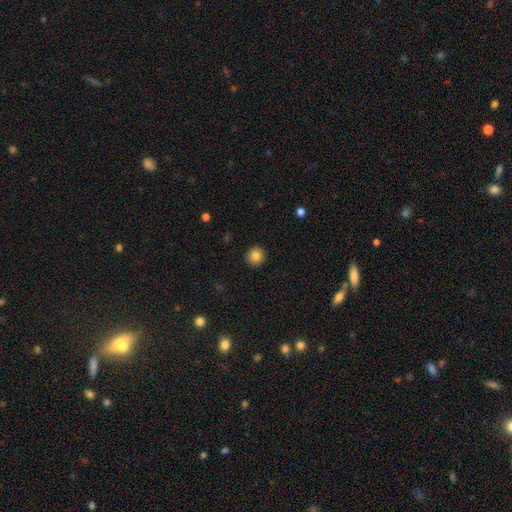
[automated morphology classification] A smooth galaxy with no disk features (84%) that is round (93%).

Vote fractions:
- Smooth or featured? smooth: 84% / star or artifact: 10% / featured or disk: 7%
- How rounded? round: 93% / in between: 6% / cigar-shaped: 1%
- Merging? none: 91% / minor disturbance: 6% / major disturbance: 2% / merger: 1%